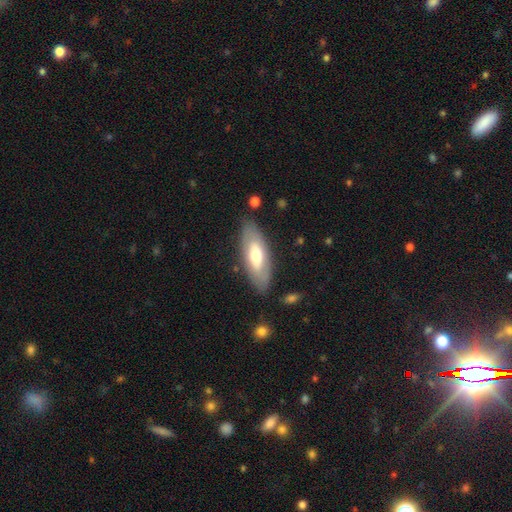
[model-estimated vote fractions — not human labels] A smooth galaxy with no disk features (54%) that is in between round and cigar-shaped (75%). Merging: none (82%).